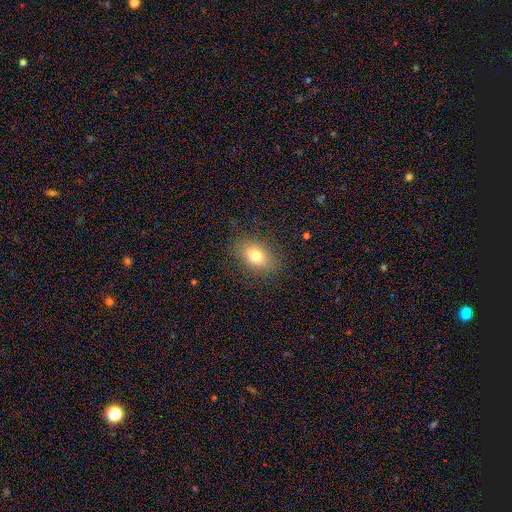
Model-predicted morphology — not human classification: Smooth or featured? Predicted: smooth (p=0.76). How rounded? Predicted: in between (p=0.75). Merging? Predicted: none (p=0.85).